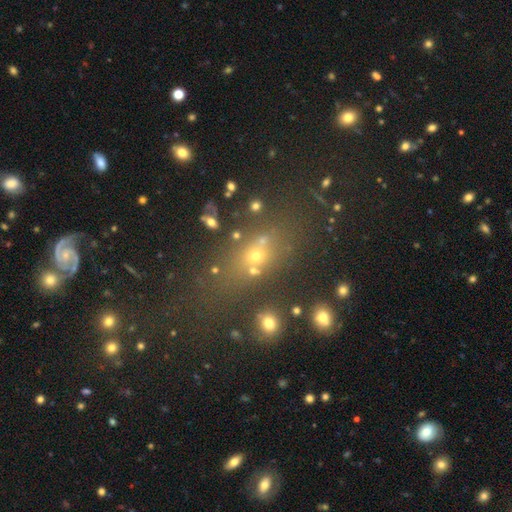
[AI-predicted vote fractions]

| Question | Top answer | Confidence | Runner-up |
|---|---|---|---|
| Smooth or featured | smooth | 46% | star or artifact (35%) |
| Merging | none | 56% | merger (21%) |